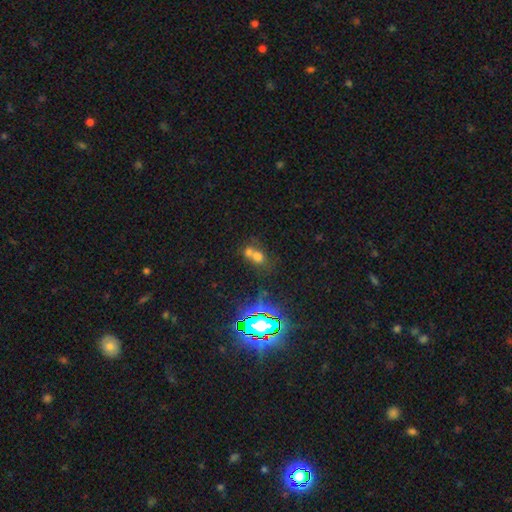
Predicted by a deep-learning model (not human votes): Smooth or featured? Predicted: smooth (p=0.59). How rounded? Predicted: round (p=0.56). Merging? Predicted: merger (p=0.61).